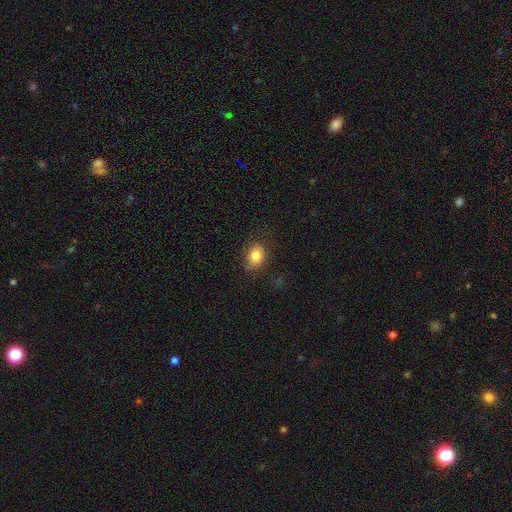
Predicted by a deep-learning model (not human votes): A smooth galaxy with no disk features (83%) that is in between round and cigar-shaped (69%).

Vote fractions:
- Smooth or featured? smooth: 83% / star or artifact: 9% / featured or disk: 8%
- How rounded? in between: 69% / round: 30% / cigar-shaped: 1%
- Merging? none: 67% / minor disturbance: 23% / major disturbance: 8% / merger: 2%